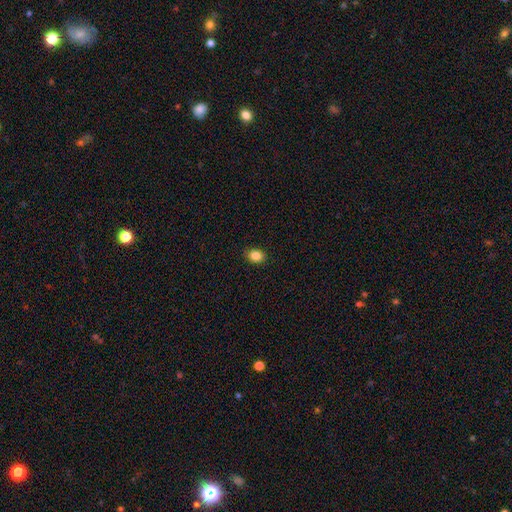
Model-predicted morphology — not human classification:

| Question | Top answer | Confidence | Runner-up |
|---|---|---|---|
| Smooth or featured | smooth | 85% | star or artifact (10%) |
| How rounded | in between | 62% | round (37%) |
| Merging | none | 89% | minor disturbance (8%) |